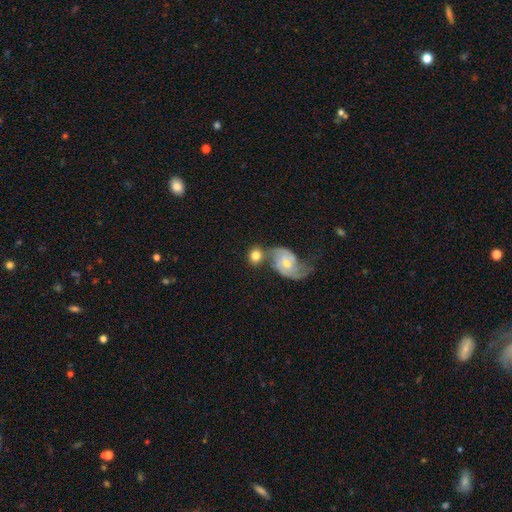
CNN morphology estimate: Overall: smooth (67%). How rounded: round (63%; in between 35%). Merging: none (43%; merger 37%).